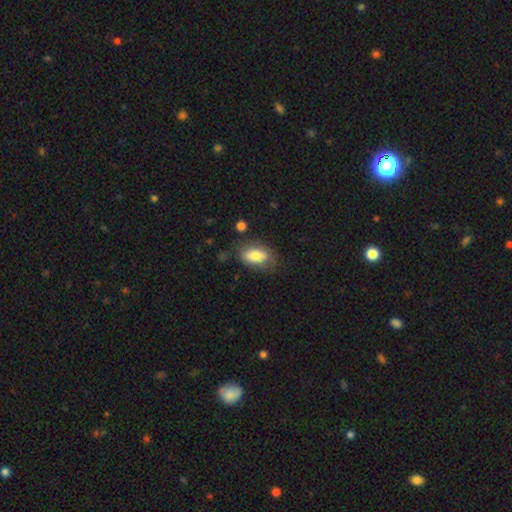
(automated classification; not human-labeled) The model was most divided on "merging": none: 72%, minor disturbance: 19%, major disturbance: 6%, merger: 3%. More confident: how rounded — in between (88%); smooth or featured — smooth (77%).